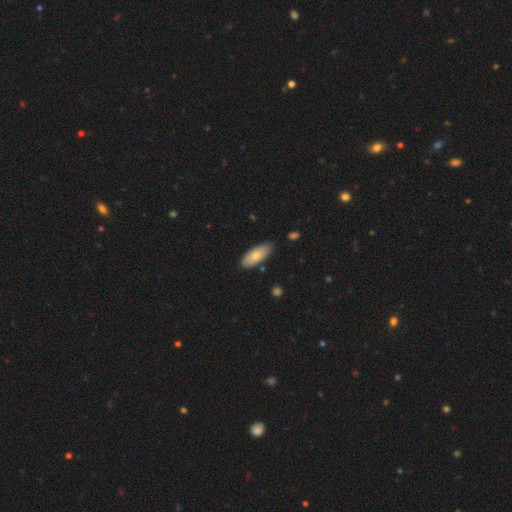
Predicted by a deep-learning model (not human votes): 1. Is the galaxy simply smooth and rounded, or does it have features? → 76% smooth, 18% featured or disk, 6% star or artifact.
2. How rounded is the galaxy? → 82% in between, 16% cigar-shaped, 2% round.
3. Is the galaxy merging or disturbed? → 80% none, 15% minor disturbance, 2% major disturbance, 2% merger.